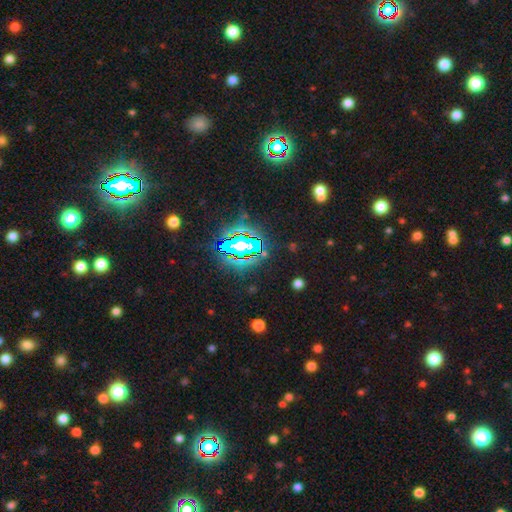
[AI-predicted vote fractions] Overall: star or artifact (75%).